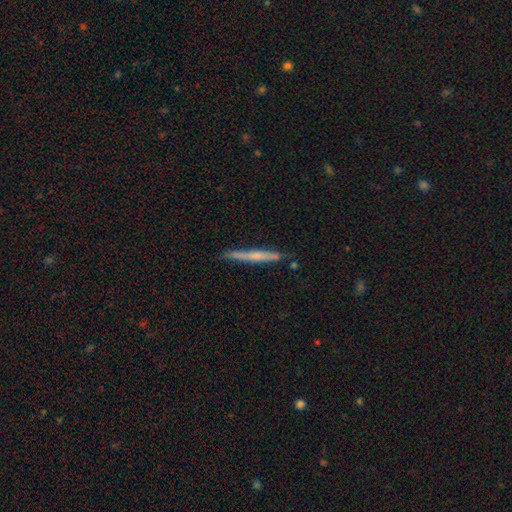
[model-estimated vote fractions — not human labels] Smooth or featured? featured or disk (50%)
Edge-on disk? yes (96%)
Merging? none (85%)